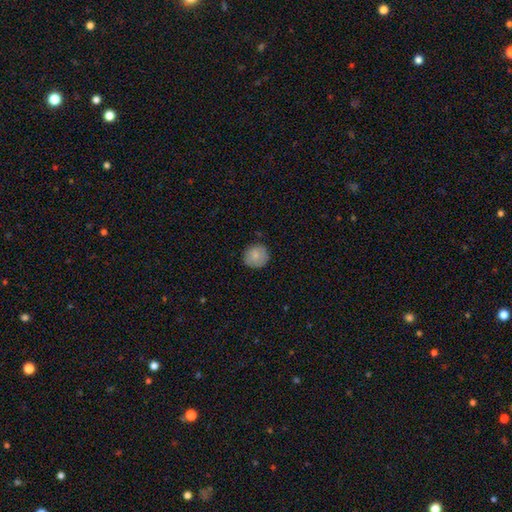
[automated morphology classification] The model was most divided on "smooth or featured": smooth: 82%, featured or disk: 10%, star or artifact: 7%. More confident: how rounded — round (92%); merging — none (85%).